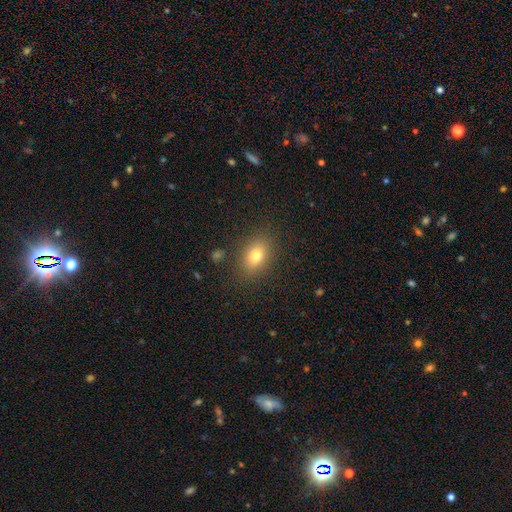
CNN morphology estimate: Overall: smooth (76%). How rounded: in between (78%). Merging: none (86%).